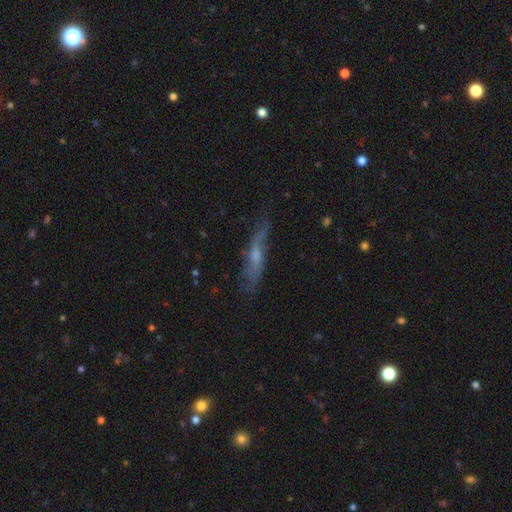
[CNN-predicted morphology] smooth_or_featured: featured or disk (p=0.57) [alt: smooth p=0.34]
disk_edge_on: yes (p=0.55) [alt: no p=0.45]
merging: none (p=0.60) [alt: minor disturbance p=0.26]